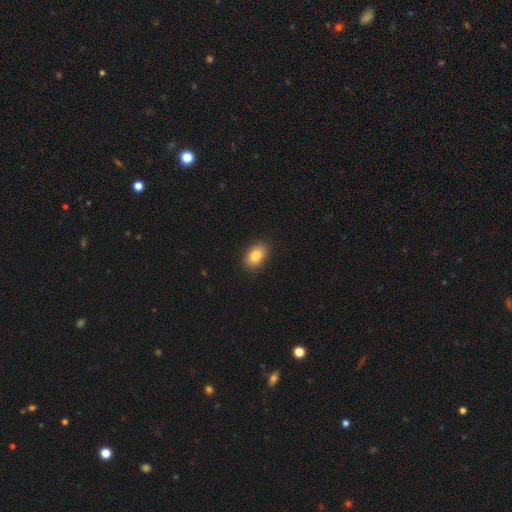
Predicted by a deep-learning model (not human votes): Smooth or featured?
  - smooth: 84% *
  - star or artifact: 9%
  - featured or disk: 7%
How rounded?
  - in between: 86% *
  - round: 13%
  - cigar-shaped: 1%
Merging?
  - none: 88% *
  - minor disturbance: 9%
  - major disturbance: 2%
  - merger: 1%